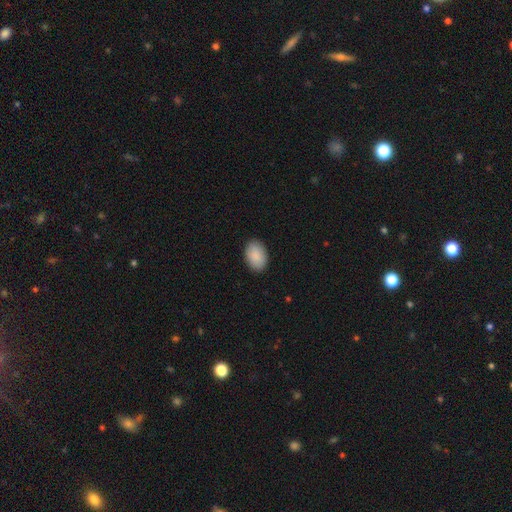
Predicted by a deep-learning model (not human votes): Smooth or featured? smooth (91%)
How rounded? in between (88%)
Merging? none (89%)